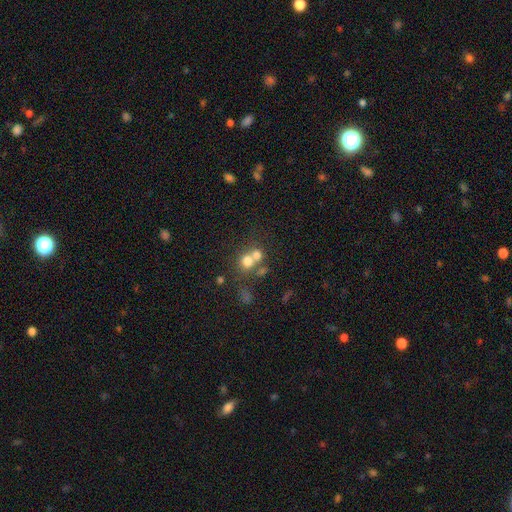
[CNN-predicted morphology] Q: Smooth or featured?
A: smooth (68%); runner-up: featured or disk (17%)
Q: How rounded?
A: round (80%); runner-up: in between (19%)
Q: Merging?
A: merger (51%); runner-up: none (38%)